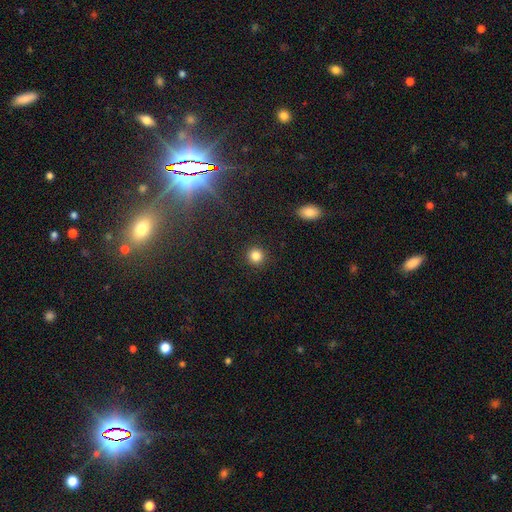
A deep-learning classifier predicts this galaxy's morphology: smooth_or_featured: smooth (p=0.83) [alt: star or artifact p=0.13]
how_rounded: round (p=0.94) [alt: in between p=0.05]
merging: none (p=0.92) [alt: minor disturbance p=0.05]